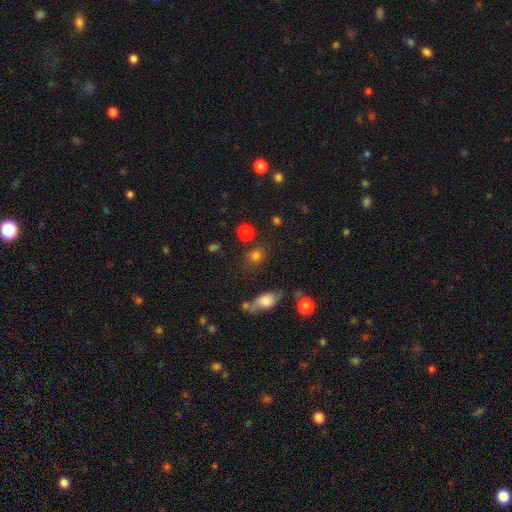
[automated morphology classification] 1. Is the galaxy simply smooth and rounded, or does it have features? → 78% smooth, 15% star or artifact, 7% featured or disk.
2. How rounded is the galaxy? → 77% round, 21% in between, 2% cigar-shaped.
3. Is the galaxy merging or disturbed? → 71% none, 13% minor disturbance, 11% merger, 5% major disturbance.